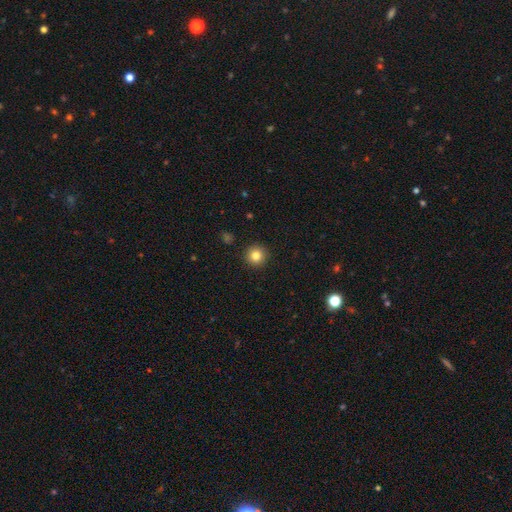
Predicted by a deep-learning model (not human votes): The model was most divided on "smooth or featured": smooth: 82%, star or artifact: 11%, featured or disk: 6%. More confident: how rounded — round (95%); merging — none (92%).